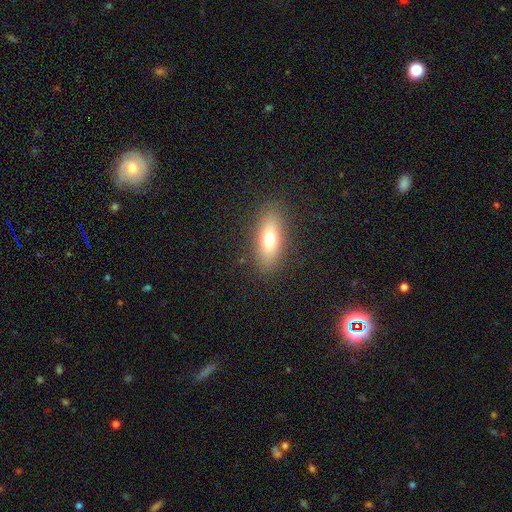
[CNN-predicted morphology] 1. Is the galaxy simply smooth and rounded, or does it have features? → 56% smooth, 29% featured or disk, 15% star or artifact.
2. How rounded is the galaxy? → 59% in between, 35% cigar-shaped, 6% round.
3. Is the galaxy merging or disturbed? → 88% none, 8% minor disturbance, 3% major disturbance, 1% merger.